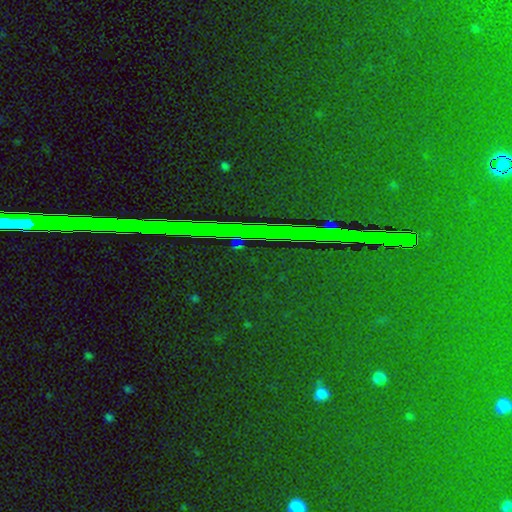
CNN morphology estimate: Smooth or featured: star or artifact — 87% (featured or disk — 7%)